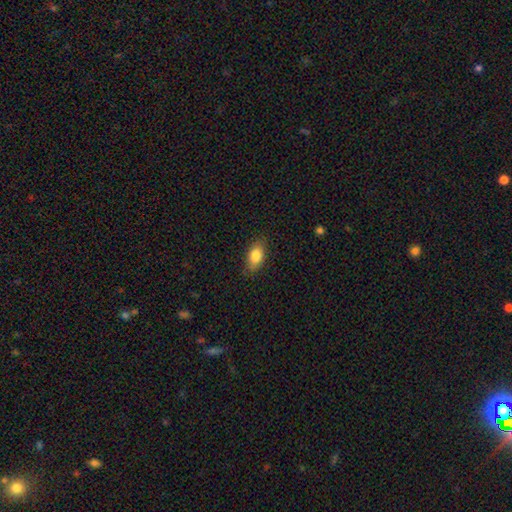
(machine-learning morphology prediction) A smooth galaxy with no disk features (83%) that is in between round and cigar-shaped (89%). Merging: none (83%).